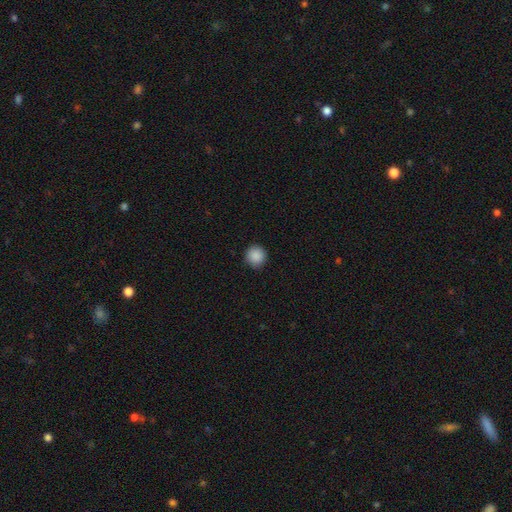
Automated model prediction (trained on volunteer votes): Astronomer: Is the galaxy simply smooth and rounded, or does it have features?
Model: smooth — 89%.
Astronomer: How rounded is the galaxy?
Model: round — 95%.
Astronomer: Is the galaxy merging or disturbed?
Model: none — 90%.